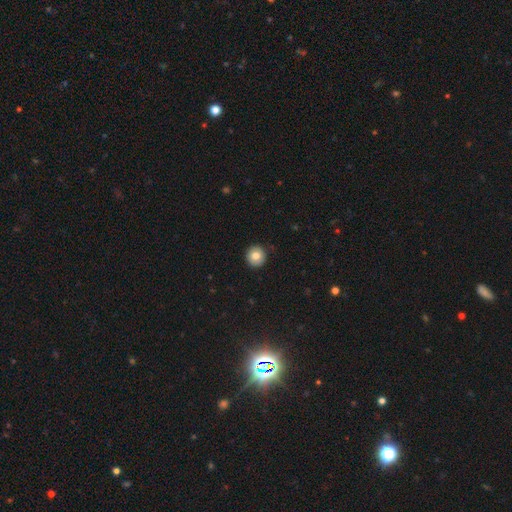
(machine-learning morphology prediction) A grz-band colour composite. It shows a smooth galaxy with no disk features (79%) that is round (95%). Merging: none (91%).